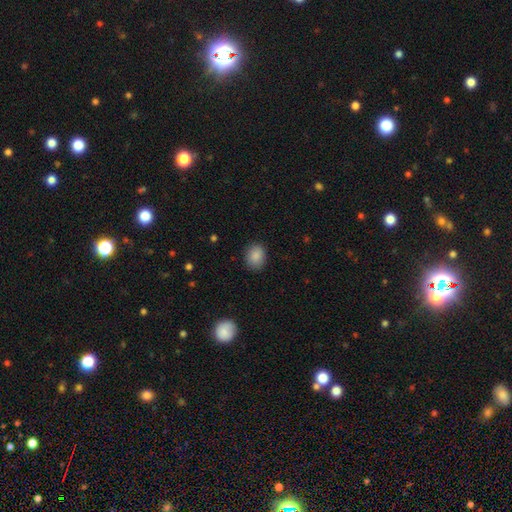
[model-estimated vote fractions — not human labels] smooth_or_featured: smooth (p=0.88) [alt: star or artifact p=0.08]
how_rounded: in between (p=0.50) [alt: round p=0.49]
merging: none (p=0.86) [alt: minor disturbance p=0.10]